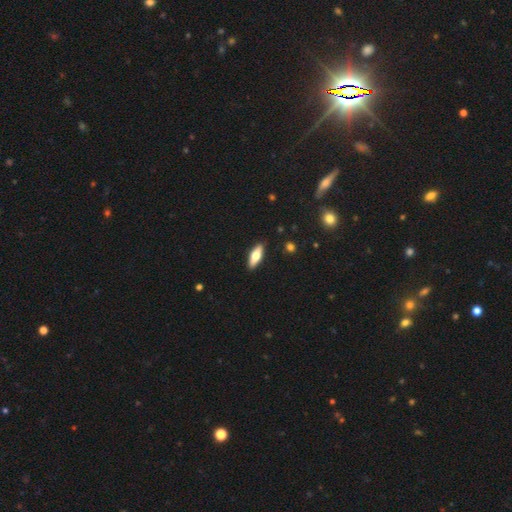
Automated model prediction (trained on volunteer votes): Overall: smooth (62%; featured or disk 32%). How rounded: in between (57%; cigar-shaped 41%). Merging: none (89%).